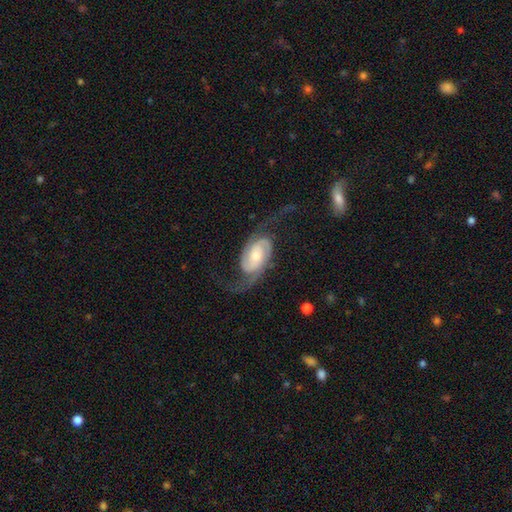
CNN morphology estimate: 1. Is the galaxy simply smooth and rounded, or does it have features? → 87% featured or disk, 8% smooth, 5% star or artifact.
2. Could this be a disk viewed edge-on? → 96% no, 4% yes.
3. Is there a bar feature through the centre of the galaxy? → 58% no, 32% weak, 10% strong.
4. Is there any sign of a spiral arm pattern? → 97% yes, 3% no.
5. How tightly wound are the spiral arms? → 43% medium, 30% loose, 27% tight.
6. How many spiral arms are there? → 89% 2, 4% can't tell, 2% 3, 2% 1, 1% 4, 1% more than 4.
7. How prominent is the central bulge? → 45% small, 42% moderate, 7% large, 4% none, 2% dominant.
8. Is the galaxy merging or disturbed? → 63% none, 20% major disturbance, 16% minor disturbance, 2% merger.